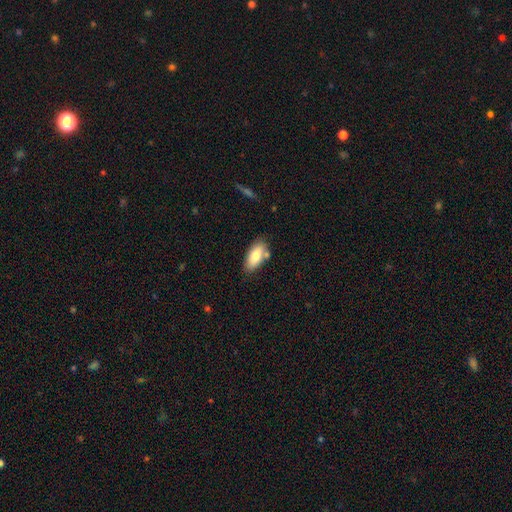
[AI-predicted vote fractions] Overall: smooth (77%). How rounded: in between (88%). Merging: none (72%).